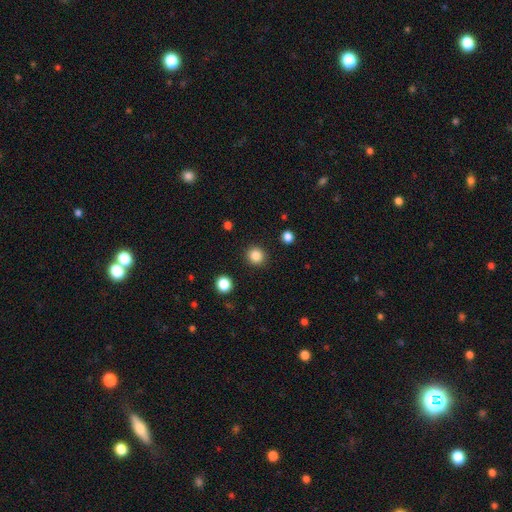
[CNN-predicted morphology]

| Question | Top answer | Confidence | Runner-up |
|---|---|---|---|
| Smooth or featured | smooth | 85% | star or artifact (11%) |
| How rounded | round | 92% | in between (7%) |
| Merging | none | 92% | minor disturbance (5%) |